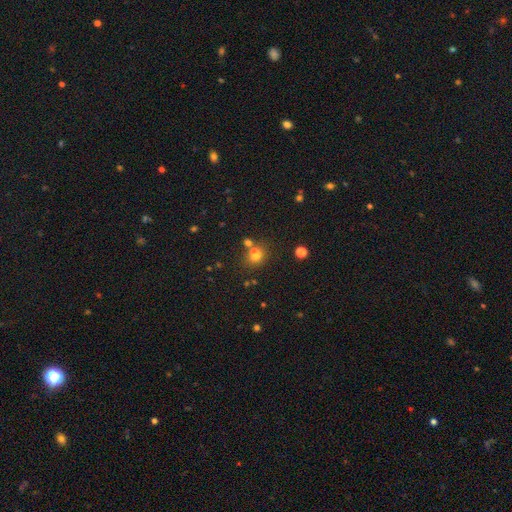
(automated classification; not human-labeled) Smooth or featured? Predicted: smooth (p=0.64). How rounded? Predicted: round (p=0.69). Merging? Predicted: none (p=0.45).